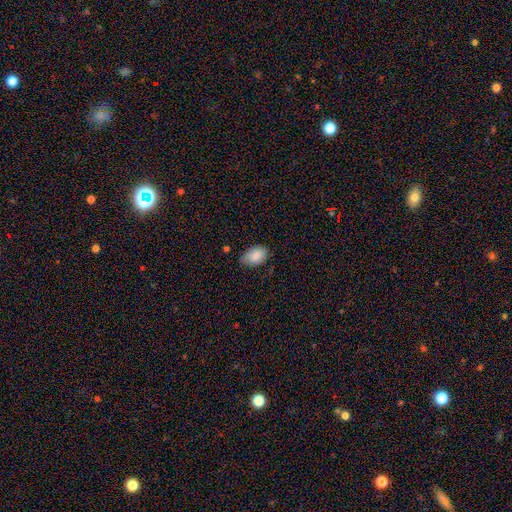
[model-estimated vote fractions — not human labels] Smooth or featured?
  - smooth: 87% *
  - star or artifact: 7%
  - featured or disk: 6%
How rounded?
  - in between: 89% *
  - round: 10%
  - cigar-shaped: 1%
Merging?
  - none: 64% *
  - minor disturbance: 30%
  - major disturbance: 5%
  - merger: 2%